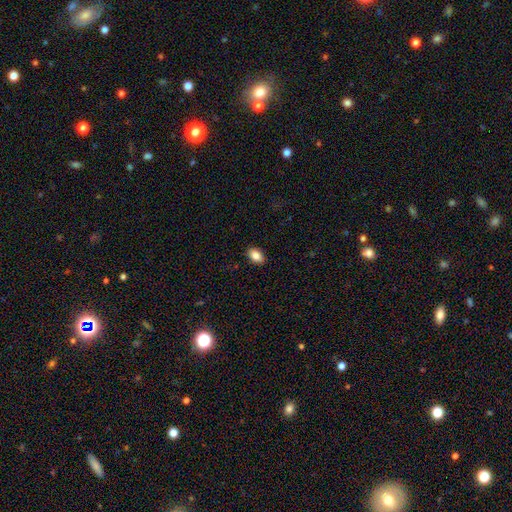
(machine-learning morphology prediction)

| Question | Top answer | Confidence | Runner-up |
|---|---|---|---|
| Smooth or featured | smooth | 85% | star or artifact (8%) |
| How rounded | in between | 87% | round (12%) |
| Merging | none | 89% | minor disturbance (8%) |